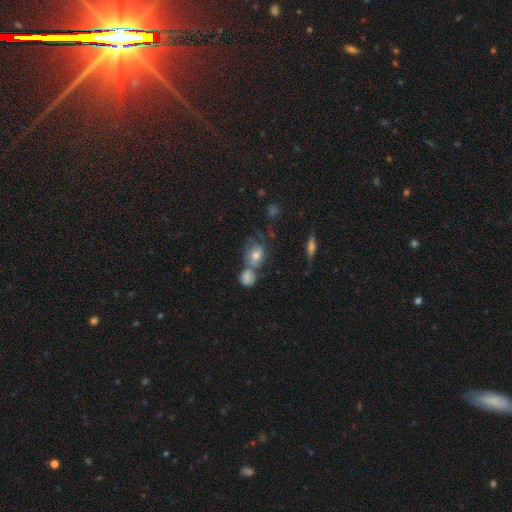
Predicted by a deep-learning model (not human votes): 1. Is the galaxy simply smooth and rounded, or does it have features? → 51% star or artifact, 26% smooth, 23% featured or disk.